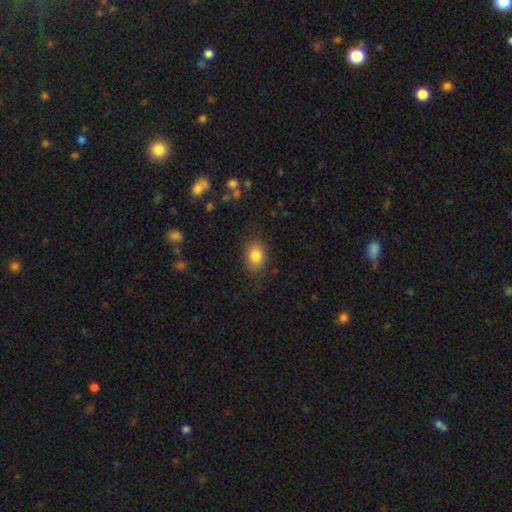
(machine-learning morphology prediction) type=smooth (82%); roundness=in between (66%); merging=none (81%).